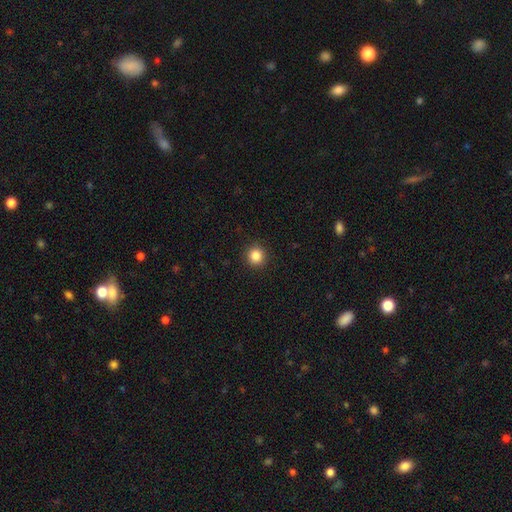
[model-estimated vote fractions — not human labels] Smooth or featured? smooth (85%)
How rounded? round (93%)
Merging? none (92%)